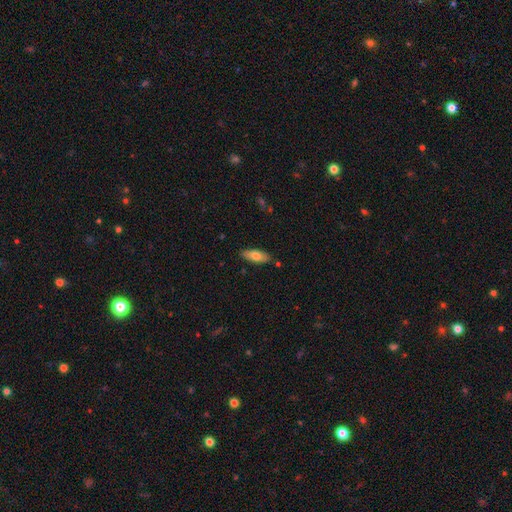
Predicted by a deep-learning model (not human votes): smooth 72%, featured or disk 21%, star or artifact 6%. Down the decision tree: how rounded — in between (72%); merging — none (84%).